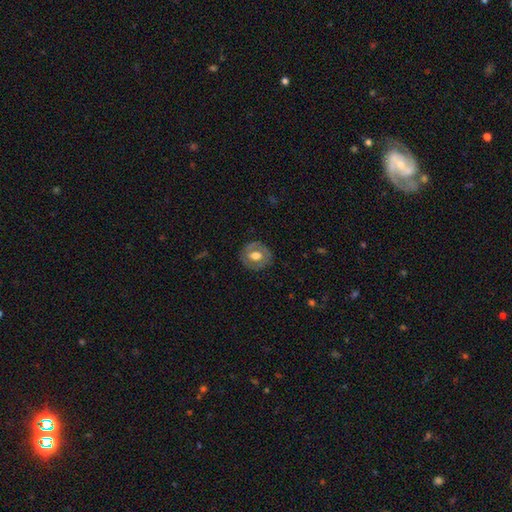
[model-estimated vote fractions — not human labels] Morphology: type=smooth (49%); merging=none (82%).